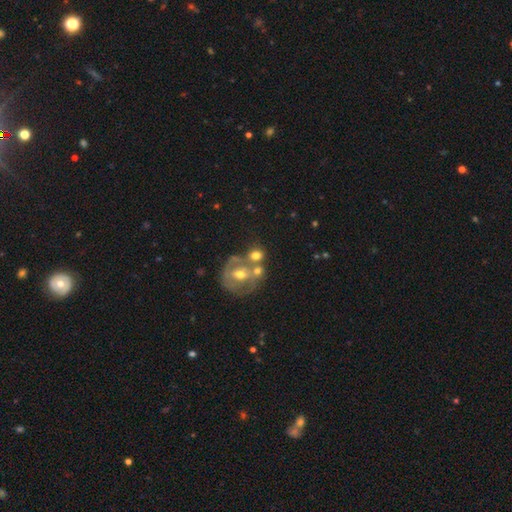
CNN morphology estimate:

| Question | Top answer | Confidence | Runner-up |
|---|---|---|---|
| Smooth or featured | smooth | 51% | featured or disk (38%) |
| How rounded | round | 73% | in between (26%) |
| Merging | merger | 42% | none (39%) |